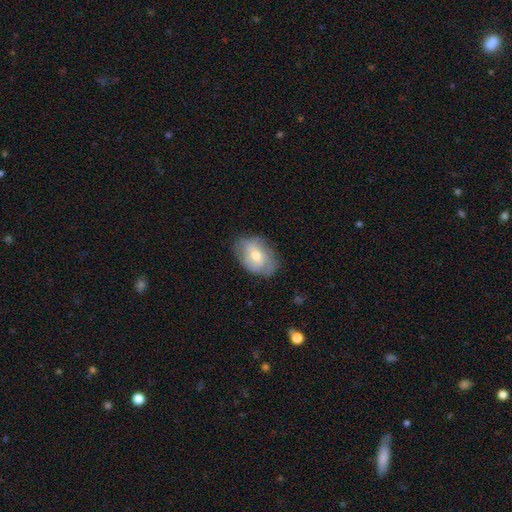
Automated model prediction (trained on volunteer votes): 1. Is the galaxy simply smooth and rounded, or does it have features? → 52% smooth, 41% featured or disk, 7% star or artifact.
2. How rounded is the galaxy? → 82% in between, 17% round, 1% cigar-shaped.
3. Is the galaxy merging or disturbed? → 71% none, 22% minor disturbance, 6% major disturbance, 1% merger.